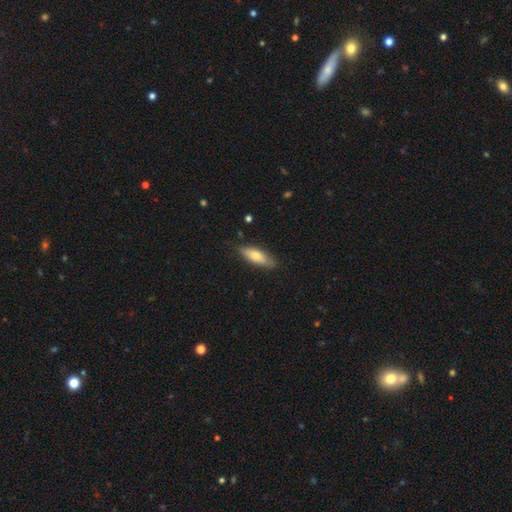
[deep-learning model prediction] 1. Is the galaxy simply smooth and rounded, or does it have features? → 70% smooth, 24% featured or disk, 6% star or artifact.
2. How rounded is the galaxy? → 58% in between, 40% cigar-shaped, 2% round.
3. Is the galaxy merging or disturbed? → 80% none, 16% minor disturbance, 3% major disturbance, 1% merger.